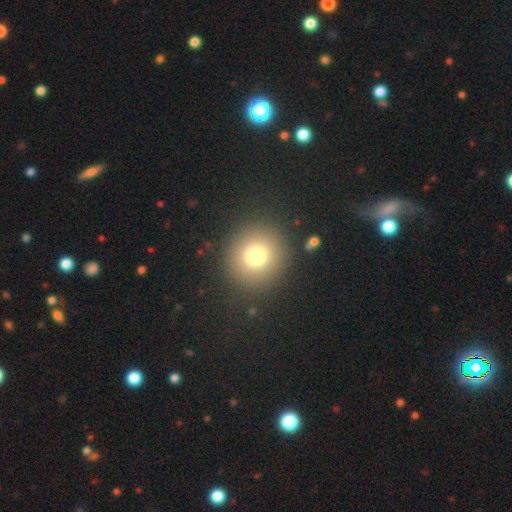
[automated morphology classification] The model was most divided on "smooth or featured": smooth: 75%, star or artifact: 15%, featured or disk: 10%. More confident: how rounded — round (92%); merging — none (87%).